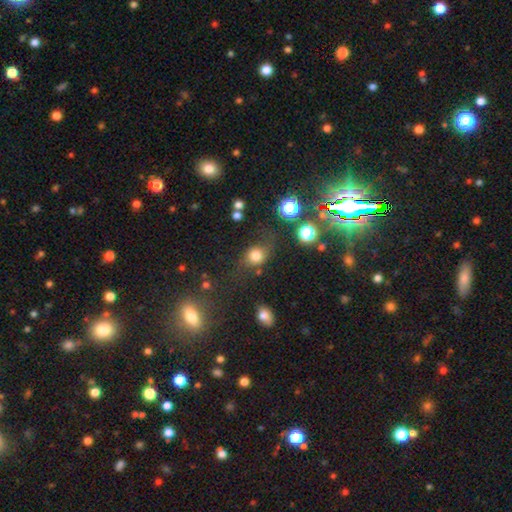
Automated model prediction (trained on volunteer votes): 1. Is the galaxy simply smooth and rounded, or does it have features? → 76% smooth, 15% star or artifact, 9% featured or disk.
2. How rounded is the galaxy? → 67% round, 32% in between, 1% cigar-shaped.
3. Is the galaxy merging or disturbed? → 62% none, 20% minor disturbance, 12% major disturbance, 6% merger.